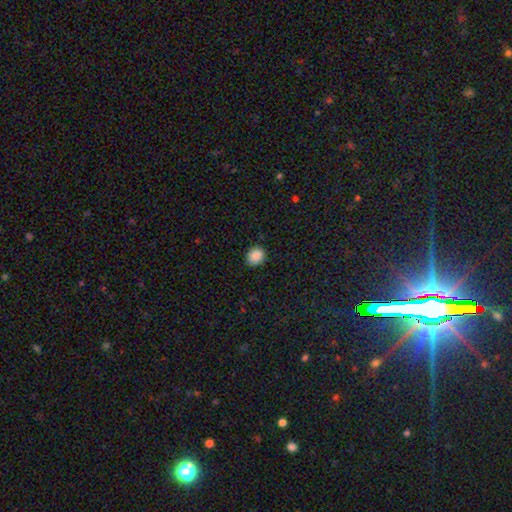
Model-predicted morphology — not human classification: This is clearly a smooth galaxy (88%). How rounded: likely round (63%). Merging: clearly none (89%).